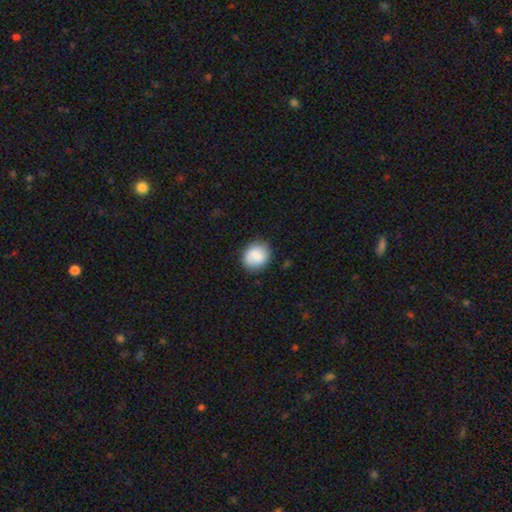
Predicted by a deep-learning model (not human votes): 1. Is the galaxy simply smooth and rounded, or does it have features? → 81% smooth, 12% featured or disk, 7% star or artifact.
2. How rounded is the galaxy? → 73% round, 26% in between, 1% cigar-shaped.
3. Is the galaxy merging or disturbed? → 81% none, 14% minor disturbance, 4% major disturbance, 2% merger.